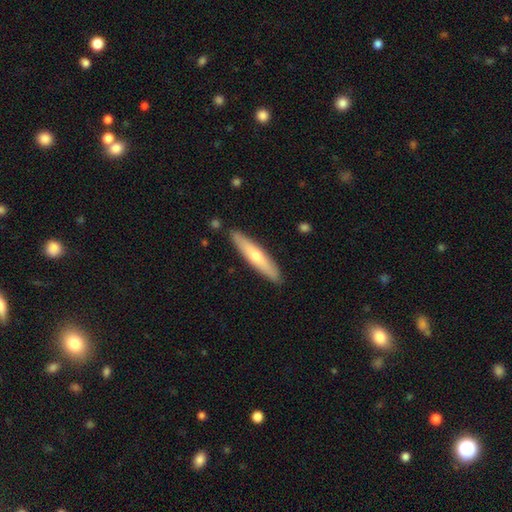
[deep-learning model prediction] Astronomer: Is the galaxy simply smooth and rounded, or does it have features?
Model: smooth — 50% (runner-up: featured or disk, 44%).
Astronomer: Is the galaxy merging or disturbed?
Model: none — 88%.